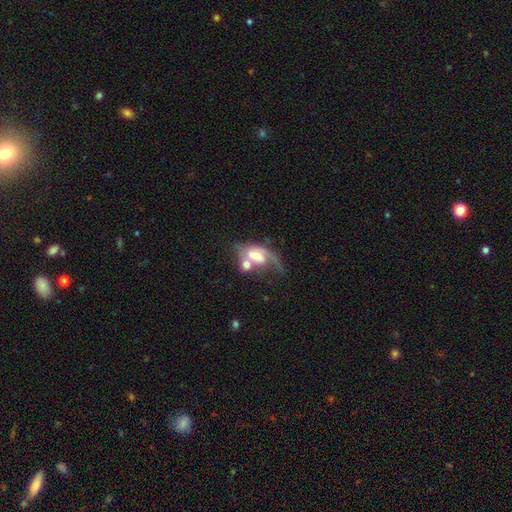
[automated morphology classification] smooth_or_featured: featured or disk (p=0.59) [alt: smooth p=0.32]
disk_edge_on: no (p=0.95) [alt: yes p=0.05]
bar: no (p=0.53) [alt: weak p=0.34]
has_spiral_arms: yes (p=0.71) [alt: no p=0.29]
bulge_size: moderate (p=0.41) [alt: small p=0.24]
merging: merger (p=0.51) [alt: major disturbance p=0.22]